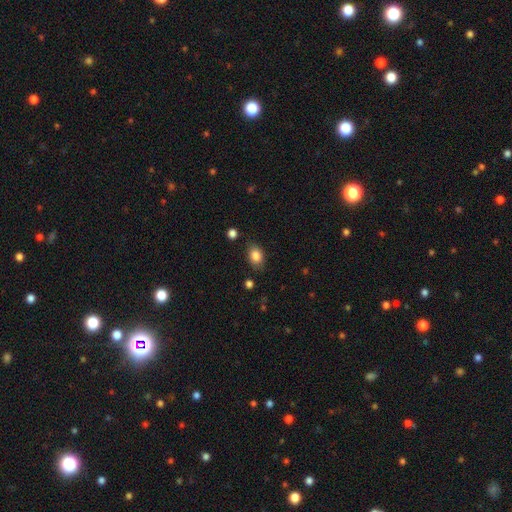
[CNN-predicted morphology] Smooth or featured? smooth (84%)
How rounded? in between (76%)
Merging? none (81%)